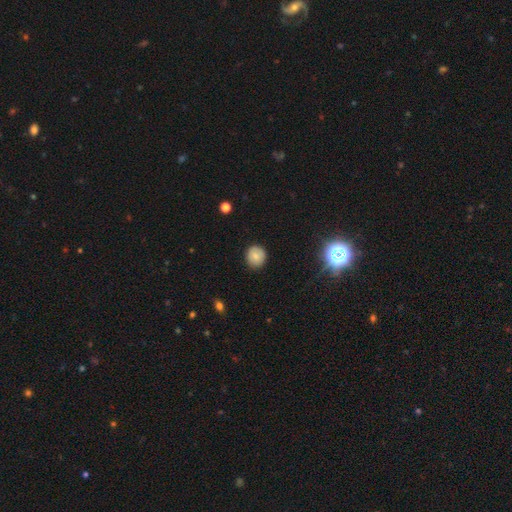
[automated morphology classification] smooth-or-featured: smooth: 78% | featured or disk: 12% | star or artifact: 10%
  how-rounded: round: 88% | in between: 11% | cigar-shaped: 1%
  merging: none: 86% | minor disturbance: 11% | major disturbance: 2% | merger: 1%